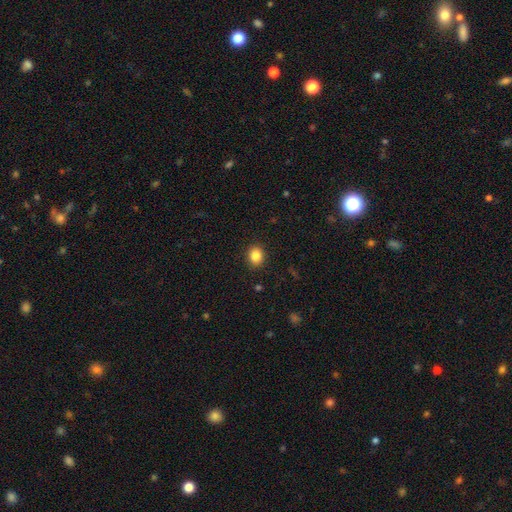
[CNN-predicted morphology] This appears to be a smooth galaxy with no disk features (85%) that is round (66%). Merging: none (91%).